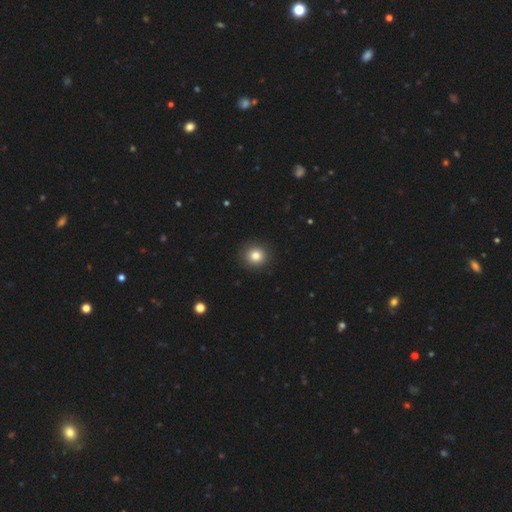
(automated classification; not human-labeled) Smooth or featured? smooth (82%)
How rounded? round (92%)
Merging? none (92%)